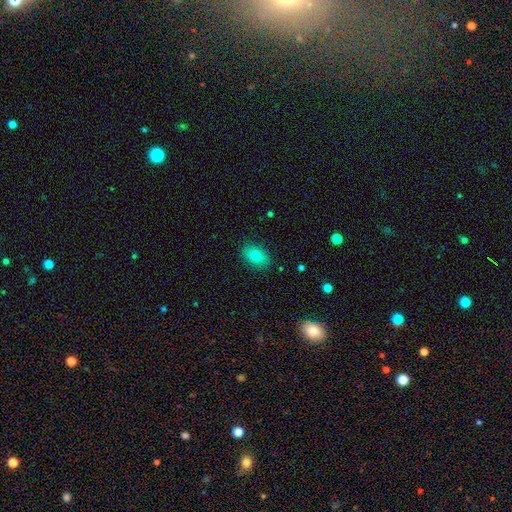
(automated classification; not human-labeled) Smooth or featured?
  - smooth: 82% *
  - featured or disk: 9%
  - star or artifact: 9%
How rounded?
  - in between: 86% *
  - round: 12%
  - cigar-shaped: 2%
Merging?
  - none: 86% *
  - minor disturbance: 10%
  - major disturbance: 2%
  - merger: 1%